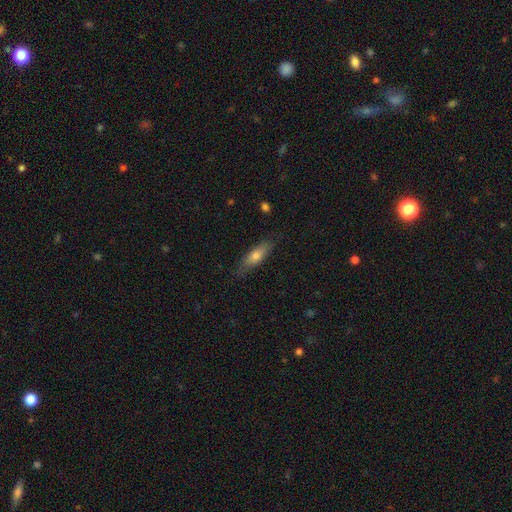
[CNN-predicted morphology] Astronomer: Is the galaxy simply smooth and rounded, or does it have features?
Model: smooth — 66%.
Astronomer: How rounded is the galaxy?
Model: cigar-shaped — 53% (runner-up: in between, 44%).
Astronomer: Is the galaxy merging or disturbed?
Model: none — 78%.